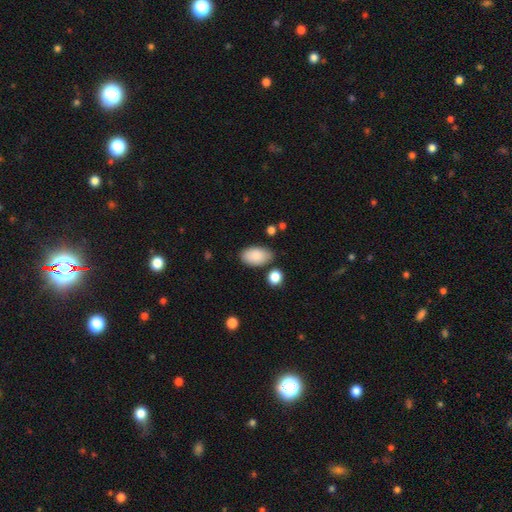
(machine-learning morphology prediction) Smooth or featured? smooth (87%)
How rounded? in between (94%)
Merging? none (76%)